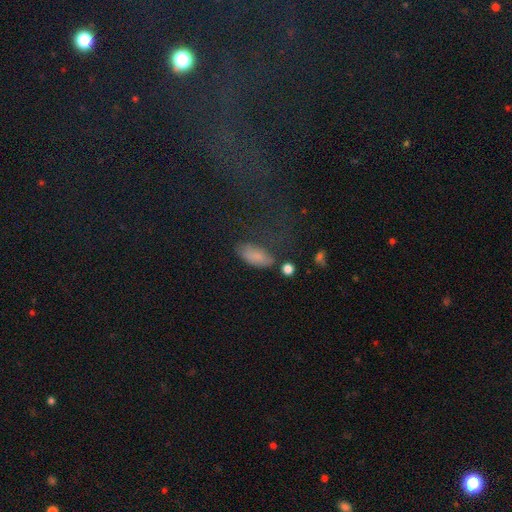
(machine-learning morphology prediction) Overall: smooth (79%). How rounded: in between (86%). Merging: none (59%; minor disturbance 25%).